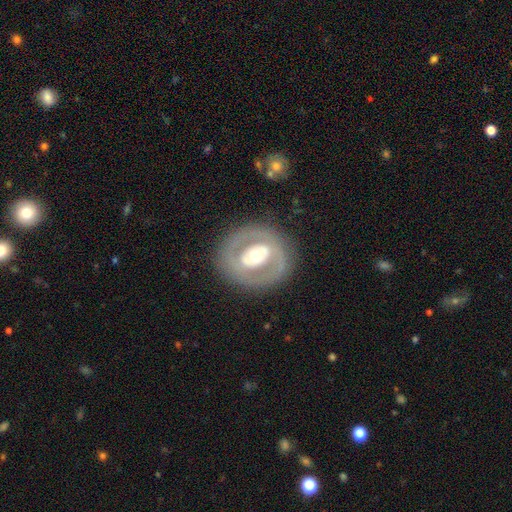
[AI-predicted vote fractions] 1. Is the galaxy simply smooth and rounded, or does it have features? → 70% featured or disk, 25% smooth, 5% star or artifact.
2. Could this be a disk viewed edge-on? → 95% no, 5% yes.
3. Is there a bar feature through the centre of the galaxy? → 43% no, 31% weak, 27% strong.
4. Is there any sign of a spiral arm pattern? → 67% no, 33% yes.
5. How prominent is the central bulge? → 69% moderate, 15% large, 14% small, 1% dominant, 1% none.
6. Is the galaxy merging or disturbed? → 81% none, 12% minor disturbance, 6% major disturbance, 1% merger.